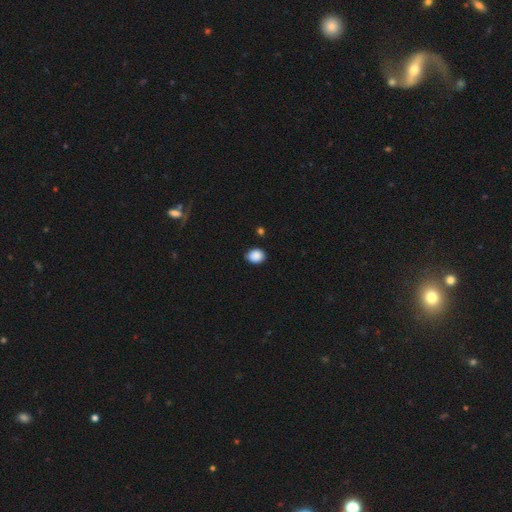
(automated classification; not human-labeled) Smooth or featured? smooth (89%)
How rounded? round (53%)
Merging? none (84%)